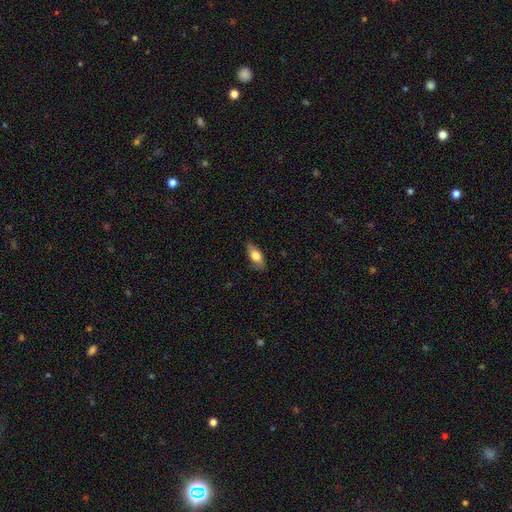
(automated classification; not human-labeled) smooth 74%, featured or disk 20%, star or artifact 6%. Down the decision tree: how rounded — in between (83%); merging — none (80%).